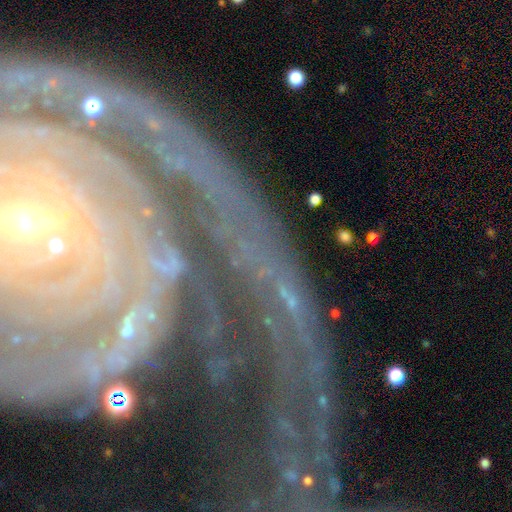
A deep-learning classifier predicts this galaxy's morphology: Smooth or featured? featured or disk (47%)
Merging? none (63%)